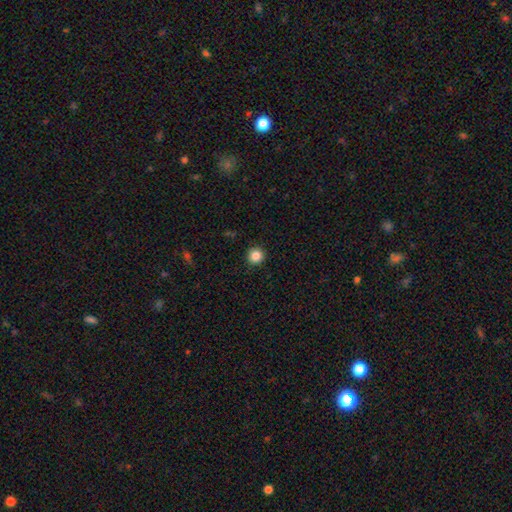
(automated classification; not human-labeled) Q: Smooth or featured?
A: smooth (85%); runner-up: star or artifact (11%)
Q: How rounded?
A: round (95%); runner-up: in between (4%)
Q: Merging?
A: none (93%); runner-up: minor disturbance (5%)